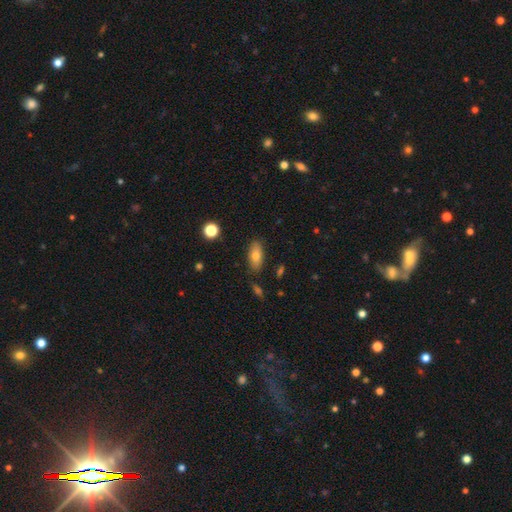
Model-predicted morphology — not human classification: smooth-or-featured: smooth: 76% | featured or disk: 16% | star or artifact: 8%
  how-rounded: in between: 84% | cigar-shaped: 12% | round: 4%
  merging: none: 83% | minor disturbance: 12% | major disturbance: 3% | merger: 2%